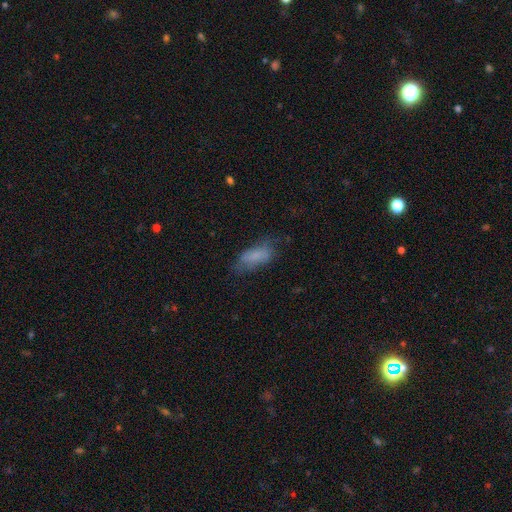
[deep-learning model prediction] A smooth galaxy with no disk features (71%) that is in between round and cigar-shaped (79%). Merging: none (52%).